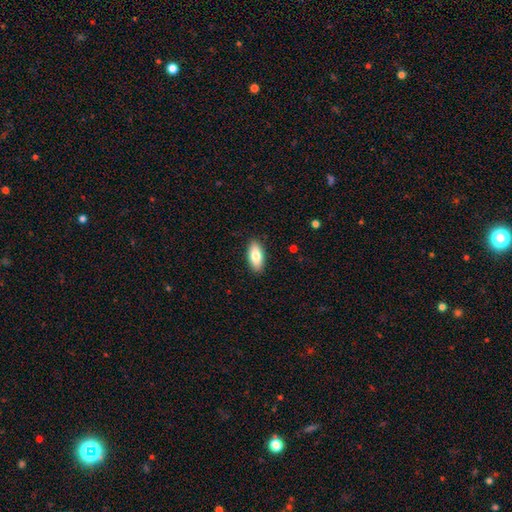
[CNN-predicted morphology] Smooth or featured? Predicted: smooth (p=0.81). How rounded? Predicted: in between (p=0.87). Merging? Predicted: none (p=0.89).